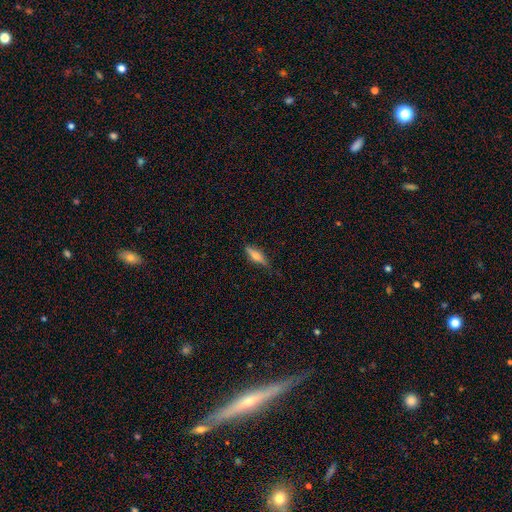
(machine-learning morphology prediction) Smooth or featured? smooth (55%)
How rounded? cigar-shaped (59%)
Merging? none (78%)